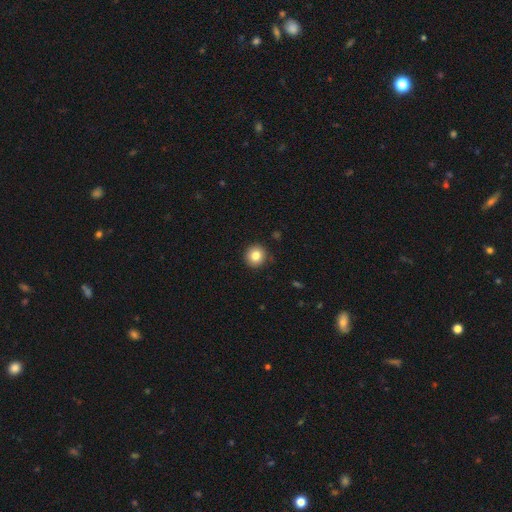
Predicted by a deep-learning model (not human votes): smooth 82%, star or artifact 10%, featured or disk 8%. Down the decision tree: how rounded — round (93%); merging — none (91%).